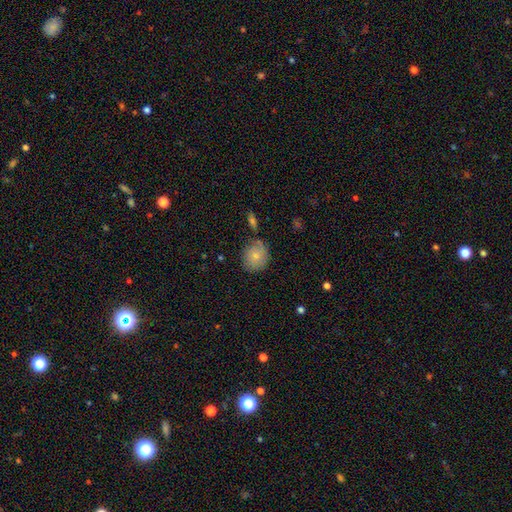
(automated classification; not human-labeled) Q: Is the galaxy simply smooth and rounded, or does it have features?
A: smooth — 72%.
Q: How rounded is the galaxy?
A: round — 68%.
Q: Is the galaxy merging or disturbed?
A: none — 66%.